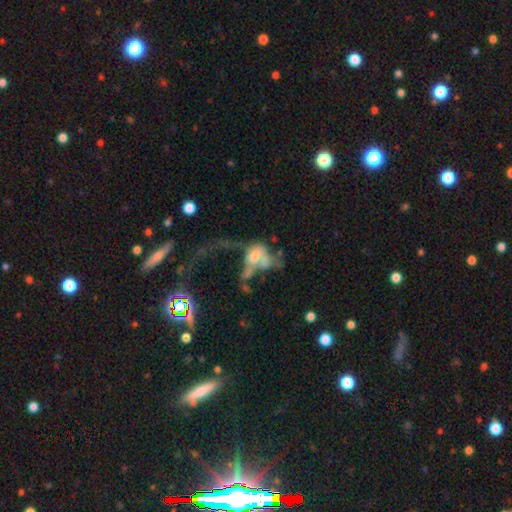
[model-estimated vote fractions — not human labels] This appears to be a featured or disk galaxy (45%). Merging: major disturbance (47%).